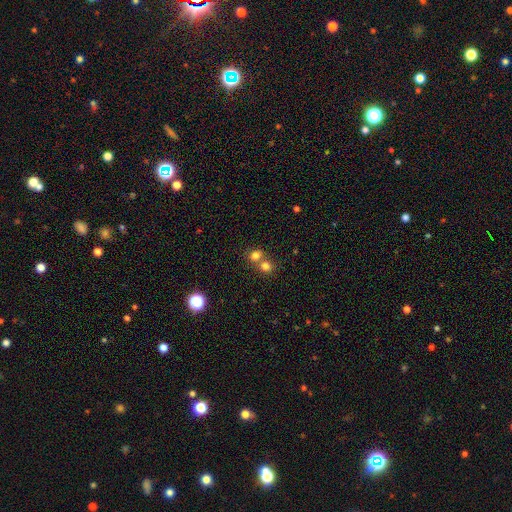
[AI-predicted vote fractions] Smooth or featured: smooth — 78% (star or artifact — 14%)
How rounded: round — 70% (in between — 29%)
Merging: merger — 52% (none — 40%)